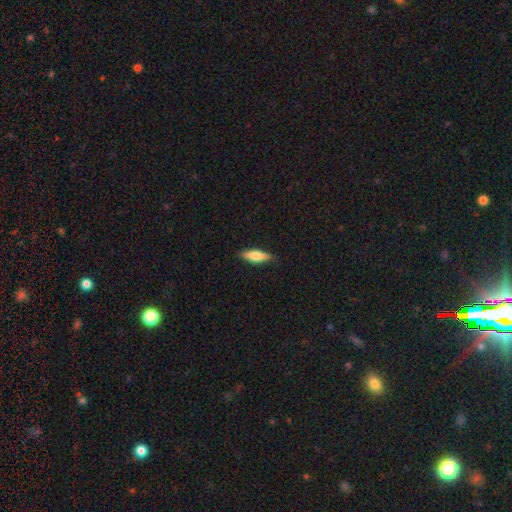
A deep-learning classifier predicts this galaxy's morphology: This is likely a smooth galaxy (62%). How rounded: possibly cigar-shaped (58%). Merging: clearly none (87%).